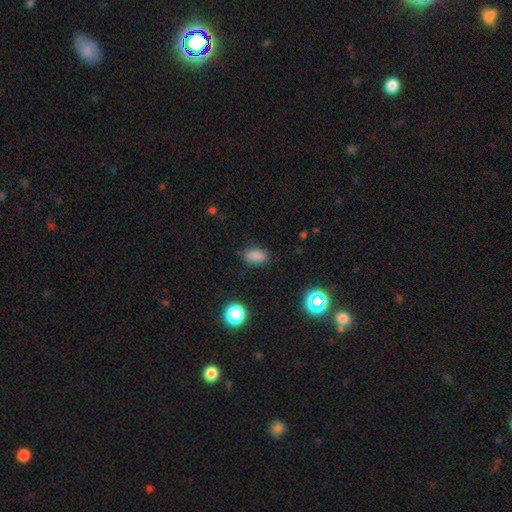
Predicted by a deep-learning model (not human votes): smooth 83%, star or artifact 12%, featured or disk 4%. Down the decision tree: how rounded — in between (86%); merging — none (82%).